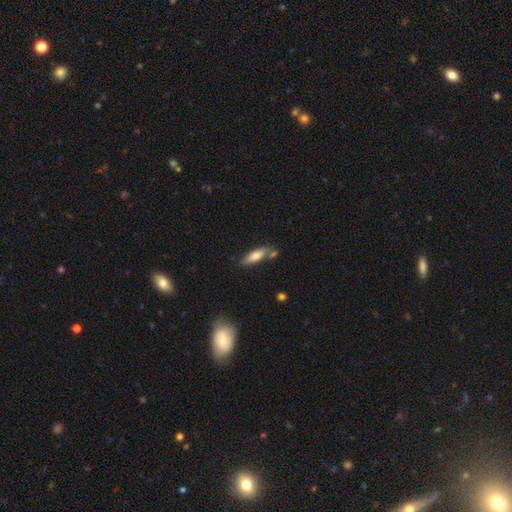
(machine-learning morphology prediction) Smooth or featured: smooth — 71% (featured or disk — 22%)
How rounded: cigar-shaped — 52% (in between — 46%)
Merging: none — 65% (minor disturbance — 16%)